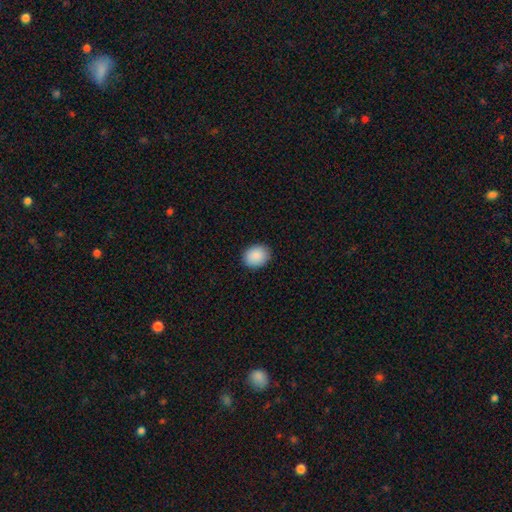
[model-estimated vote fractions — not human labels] Smooth or featured? Predicted: smooth (p=0.90). How rounded? Predicted: round (p=0.56). Merging? Predicted: none (p=0.90).